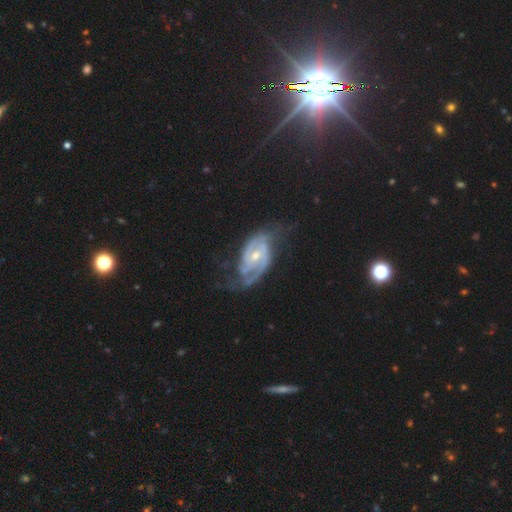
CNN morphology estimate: Q: Smooth or featured?
A: featured or disk (89%); runner-up: smooth (6%)
Q: Edge-on disk?
A: no (96%); runner-up: yes (4%)
Q: Bar?
A: weak (47%); runner-up: no (35%)
Q: Spiral arms?
A: yes (96%); runner-up: no (4%)
Q: Spiral winding?
A: medium (45%); runner-up: tight (38%)
Q: Spiral arm count?
A: 2 (73%); runner-up: can't tell (11%)
Q: Bulge size?
A: moderate (50%); runner-up: small (46%)
Q: Merging?
A: none (58%); runner-up: minor disturbance (23%)